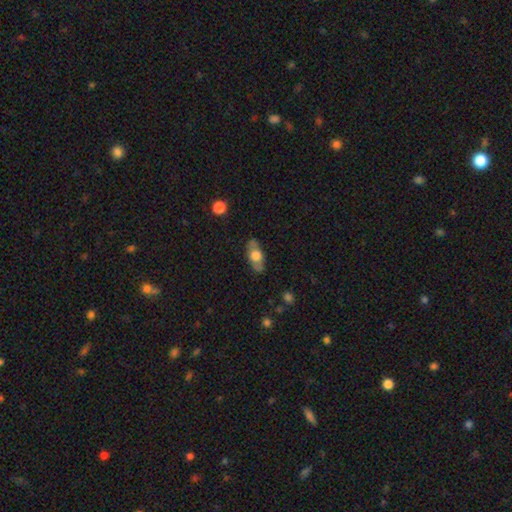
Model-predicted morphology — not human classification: Smooth or featured: smooth — 56% (featured or disk — 38%)
How rounded: in between — 79% (cigar-shaped — 11%)
Merging: none — 78% (minor disturbance — 16%)